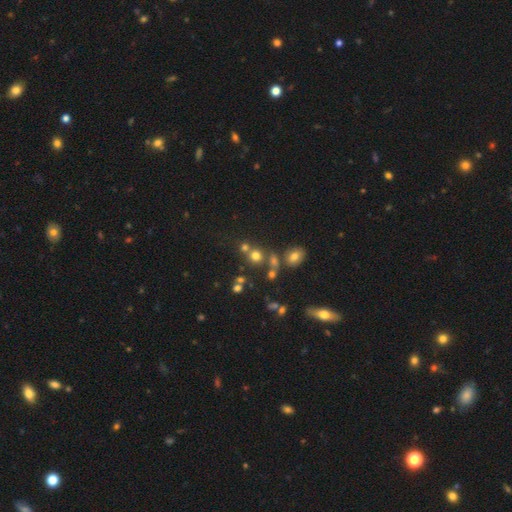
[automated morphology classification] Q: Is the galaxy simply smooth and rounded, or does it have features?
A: smooth — 66%.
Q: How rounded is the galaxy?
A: round — 86%.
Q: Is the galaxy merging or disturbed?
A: none — 58%.